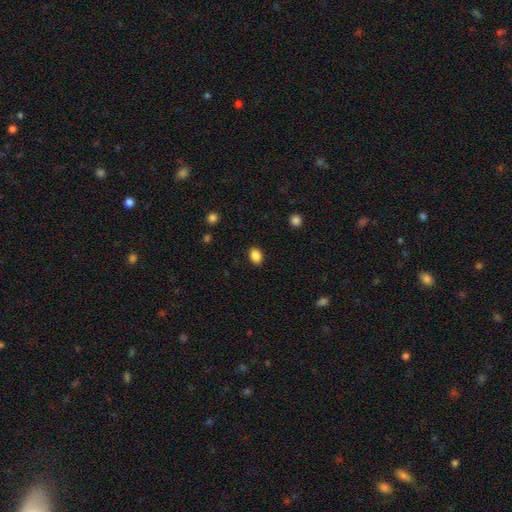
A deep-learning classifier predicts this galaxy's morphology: smooth 87%, star or artifact 9%, featured or disk 4%. Down the decision tree: how rounded — in between (71%); merging — none (88%).